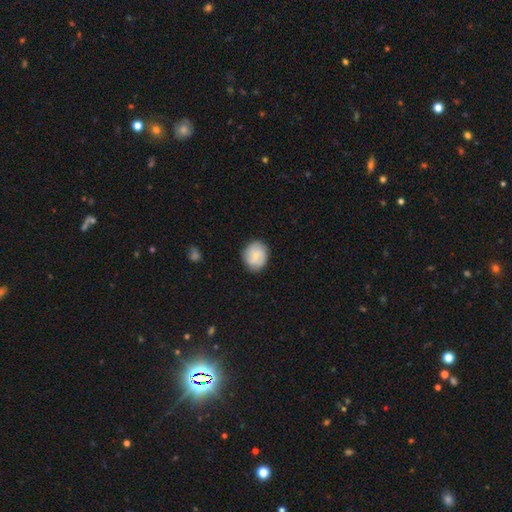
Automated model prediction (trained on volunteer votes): A smooth galaxy with no disk features (67%) that is round (73%).

Vote fractions:
- Smooth or featured? smooth: 67% / featured or disk: 26% / star or artifact: 7%
- How rounded? round: 73% / in between: 26% / cigar-shaped: 1%
- Merging? none: 84% / minor disturbance: 12% / major disturbance: 3% / merger: 1%